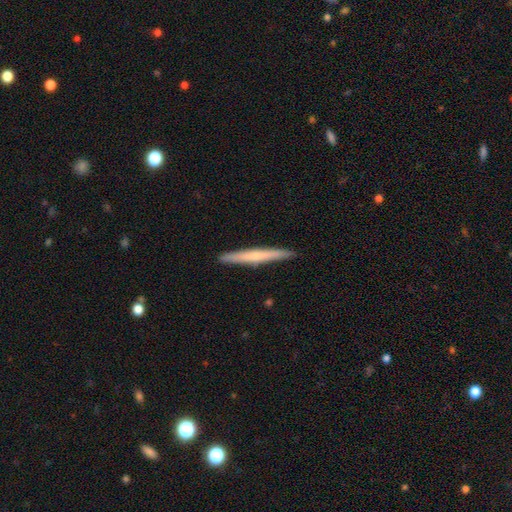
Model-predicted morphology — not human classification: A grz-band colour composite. It shows a smooth galaxy with no disk features (51%) that is cigar-shaped (97%). Merging: none (92%).